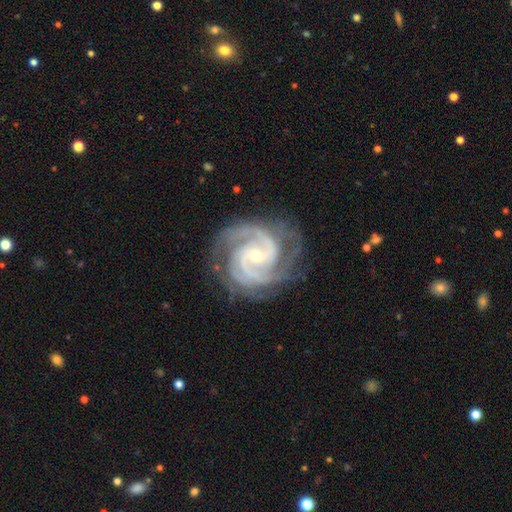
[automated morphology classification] featured or disk 93%, star or artifact 4%, smooth 2%. Down the decision tree: edge-on disk — no (98%); bar — no (47%); spiral arms — yes (99%); spiral arm count — 2 (40%); spiral winding — tight (58%); bulge size — small (67%); merging — none (77%).